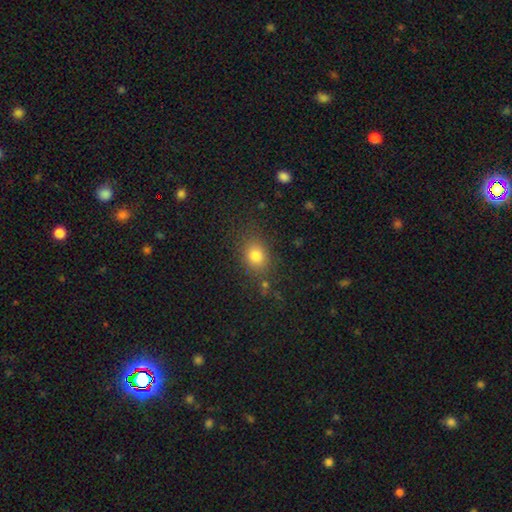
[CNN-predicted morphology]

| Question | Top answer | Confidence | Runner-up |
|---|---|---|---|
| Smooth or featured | smooth | 79% | star or artifact (14%) |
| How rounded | round | 52% | in between (46%) |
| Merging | none | 79% | minor disturbance (13%) |